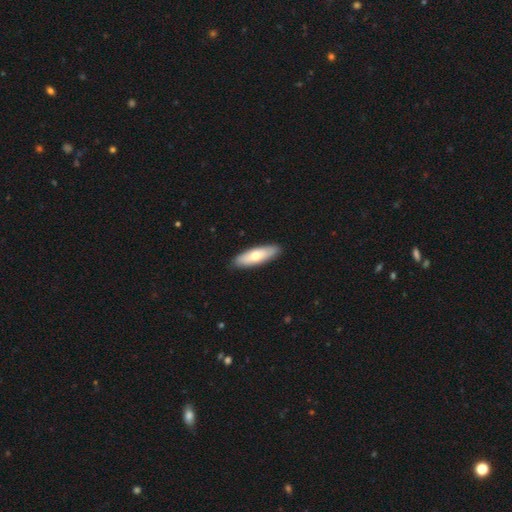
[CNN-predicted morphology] Smooth or featured? smooth (65%)
How rounded? in between (54%)
Merging? none (89%)